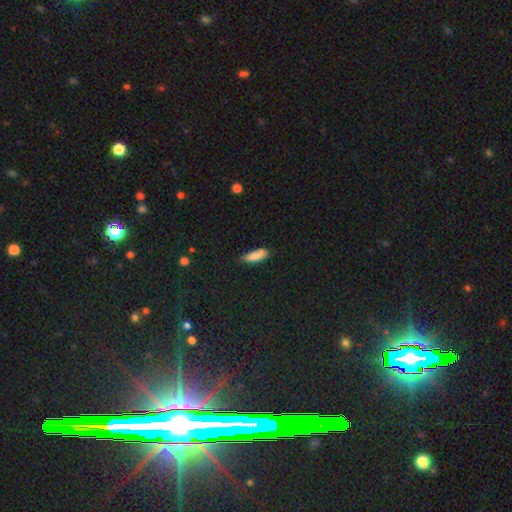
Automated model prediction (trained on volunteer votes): smooth-or-featured: smooth: 83% | featured or disk: 9% | star or artifact: 9%
  how-rounded: in between: 58% | cigar-shaped: 39% | round: 2%
  merging: none: 67% | minor disturbance: 22% | merger: 6% | major disturbance: 5%